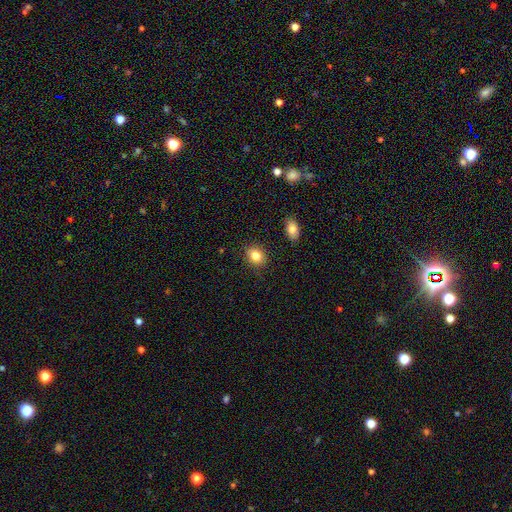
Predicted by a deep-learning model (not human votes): Smooth or featured? smooth (83%)
How rounded? round (50%)
Merging? none (86%)